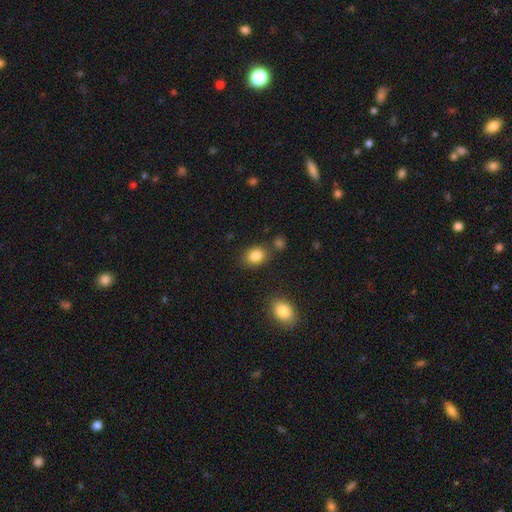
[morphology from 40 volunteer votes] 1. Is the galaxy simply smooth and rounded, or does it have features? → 95% smooth, 2% featured or disk, 2% star or artifact.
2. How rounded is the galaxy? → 66% in between, 34% round, 0% cigar-shaped.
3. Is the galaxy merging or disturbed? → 90% none, 5% minor disturbance, 5% merger, 0% major disturbance.